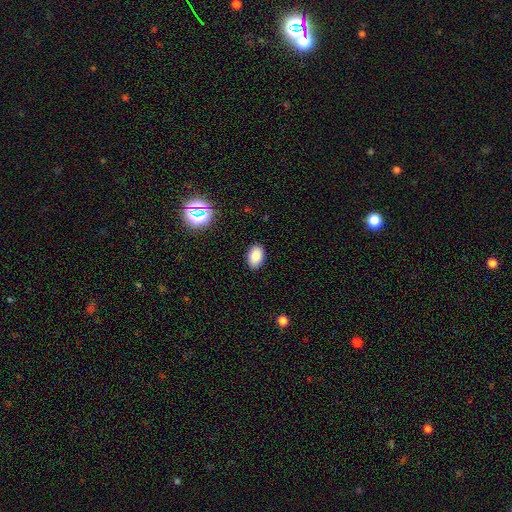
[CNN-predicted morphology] Smooth or featured? Predicted: smooth (p=0.85). How rounded? Predicted: in between (p=0.89). Merging? Predicted: none (p=0.89).